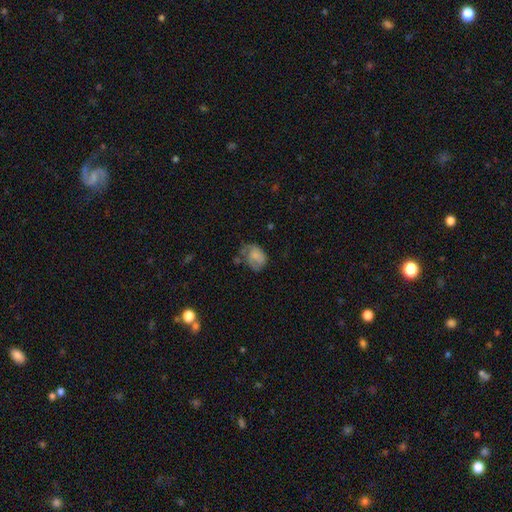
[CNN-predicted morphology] A smooth galaxy with no disk features (66%) that is in between round and cigar-shaped (64%).

Vote fractions:
- Smooth or featured? smooth: 66% / featured or disk: 25% / star or artifact: 9%
- How rounded? in between: 64% / round: 35% / cigar-shaped: 1%
- Merging? none: 35% / minor disturbance: 34% / major disturbance: 25% / merger: 6%